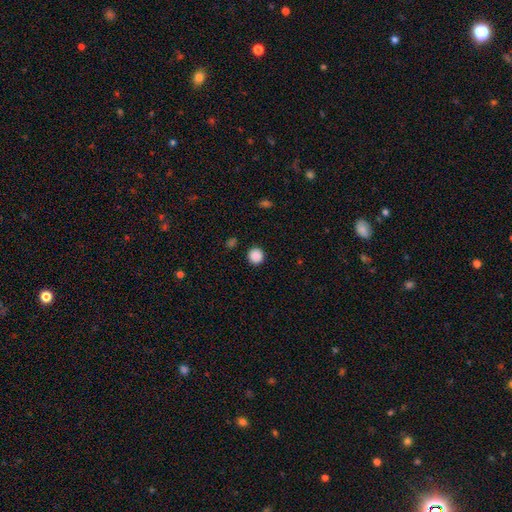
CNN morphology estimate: The model was most divided on "smooth or featured": smooth: 88%, star or artifact: 9%, featured or disk: 2%. More confident: how rounded — round (95%); merging — none (92%).